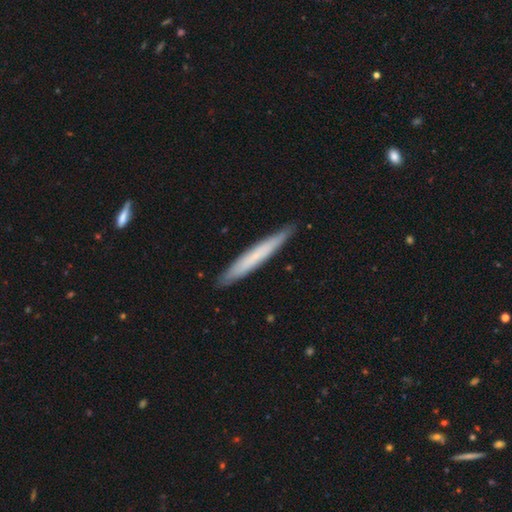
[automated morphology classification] Smooth or featured? smooth (61%)
How rounded? cigar-shaped (96%)
Merging? none (89%)